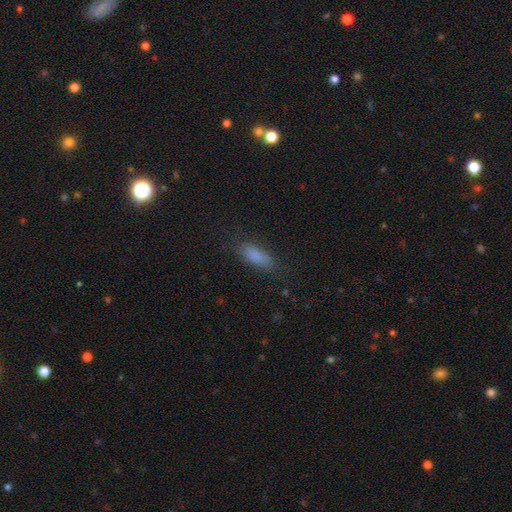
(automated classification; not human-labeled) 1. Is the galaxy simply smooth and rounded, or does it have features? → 83% smooth, 10% star or artifact, 7% featured or disk.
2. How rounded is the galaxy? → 67% in between, 30% cigar-shaped, 2% round.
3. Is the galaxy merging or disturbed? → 74% none, 18% minor disturbance, 7% major disturbance, 1% merger.